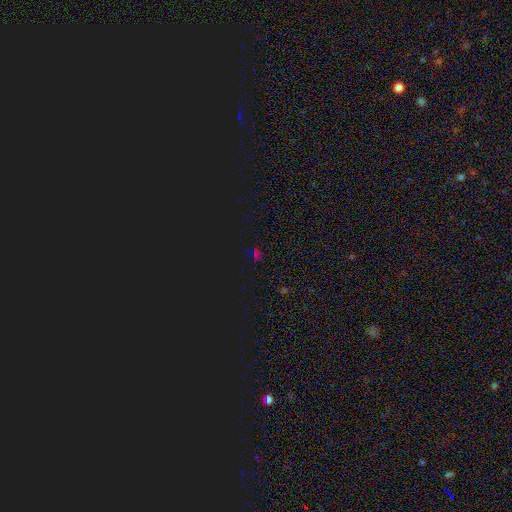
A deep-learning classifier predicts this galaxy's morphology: A star or artifact, not a galaxy (72%).

Vote fractions:
- Smooth or featured? star or artifact: 72% / smooth: 21% / featured or disk: 7%